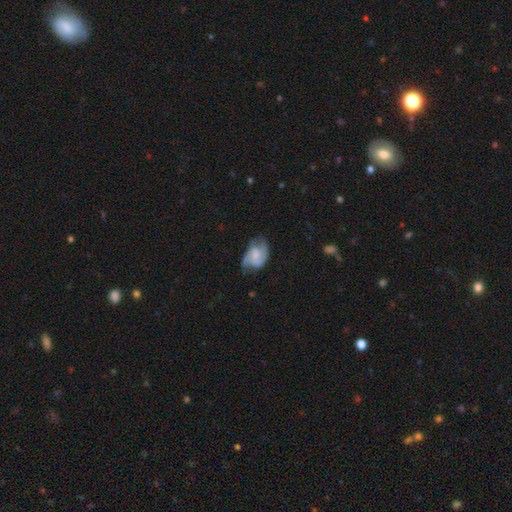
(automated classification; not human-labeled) Smooth or featured?
  - featured or disk: 61% *
  - smooth: 32%
  - star or artifact: 7%
Edge-on disk?
  - no: 97% *
  - yes: 3%
Bar?
  - no: 56% *
  - weak: 36%
  - strong: 8%
Spiral arms?
  - yes: 86% *
  - no: 14%
Spiral winding?
  - medium: 47% *
  - tight: 28%
  - loose: 25%
Spiral arm count?
  - 2: 67% *
  - can't tell: 15%
  - 3: 9%
  - 1: 5%
  - 4: 2%
  - more than 4: 2%
Bulge size?
  - moderate: 37% *
  - small: 35%
  - none: 19%
  - large: 8%
  - dominant: 1%
Merging?
  - none: 50% *
  - minor disturbance: 31%
  - major disturbance: 16%
  - merger: 2%